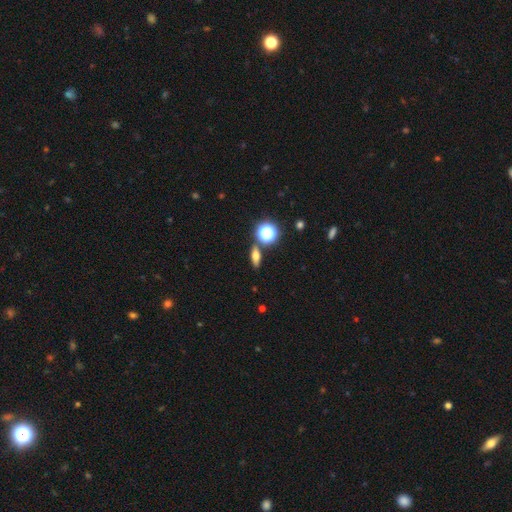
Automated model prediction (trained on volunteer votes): Smooth or featured? Predicted: smooth (p=0.56). How rounded? Predicted: in between (p=0.53). Merging? Predicted: none (p=0.80).